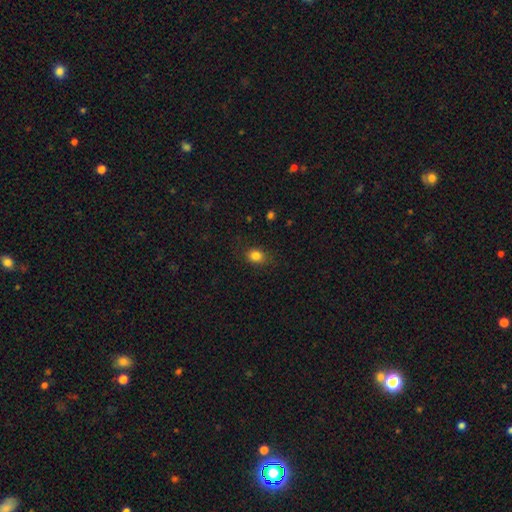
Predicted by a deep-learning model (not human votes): smooth_or_featured: smooth (p=0.84) [alt: star or artifact p=0.11]
how_rounded: in between (p=0.52) [alt: round p=0.47]
merging: none (p=0.82) [alt: minor disturbance p=0.13]